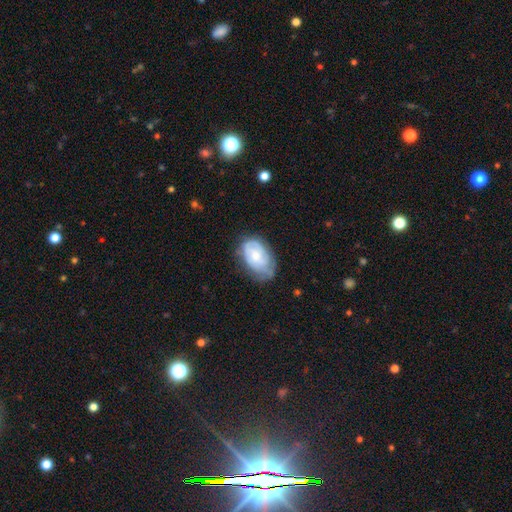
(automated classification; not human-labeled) Smooth or featured? Predicted: featured or disk (p=0.50). Edge-on disk? Predicted: no (p=0.96). Merging? Predicted: none (p=0.55).